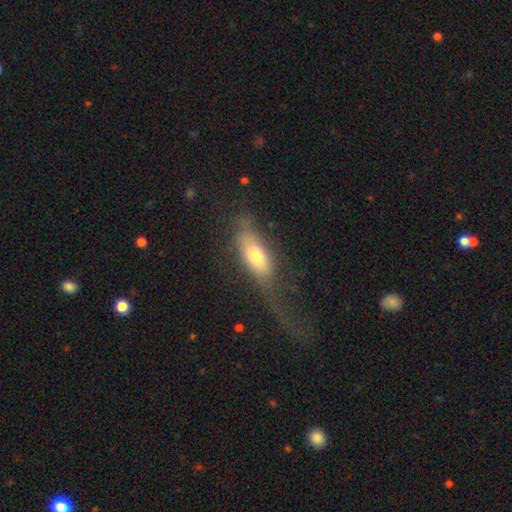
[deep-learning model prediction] Smooth or featured? Predicted: smooth (p=0.62). How rounded? Predicted: in between (p=0.70). Merging? Predicted: major disturbance (p=0.48).